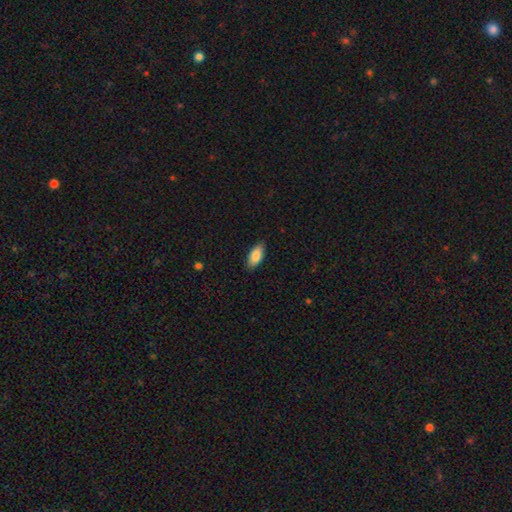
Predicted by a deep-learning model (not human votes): A smooth galaxy with no disk features (87%) that is in between round and cigar-shaped (89%). Merging: none (86%).